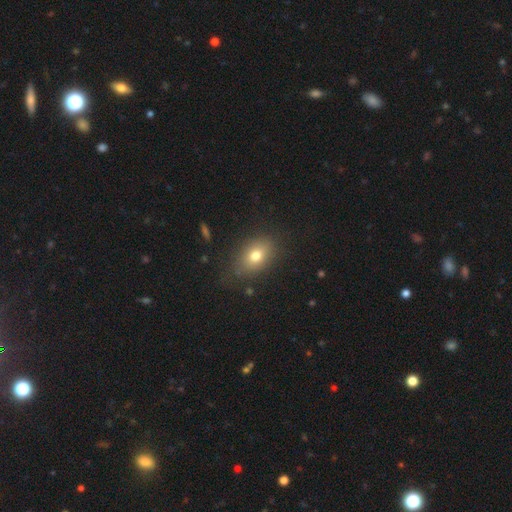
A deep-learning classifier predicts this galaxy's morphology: smooth 76%, featured or disk 14%, star or artifact 11%. Down the decision tree: how rounded — in between (76%); merging — none (79%).